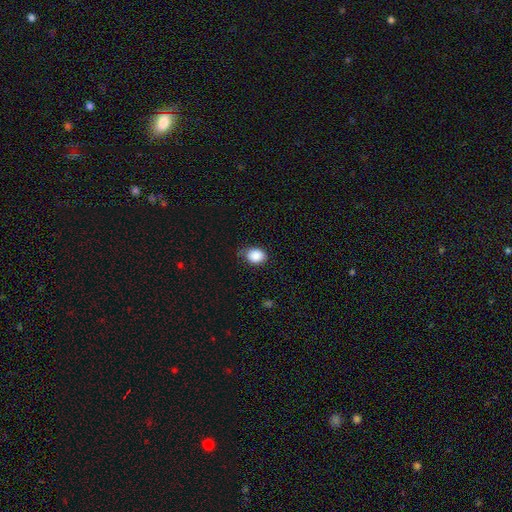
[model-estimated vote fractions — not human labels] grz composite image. It shows a smooth galaxy with no disk features (87%) that is in between round and cigar-shaped (57%). Merging: none (61%).